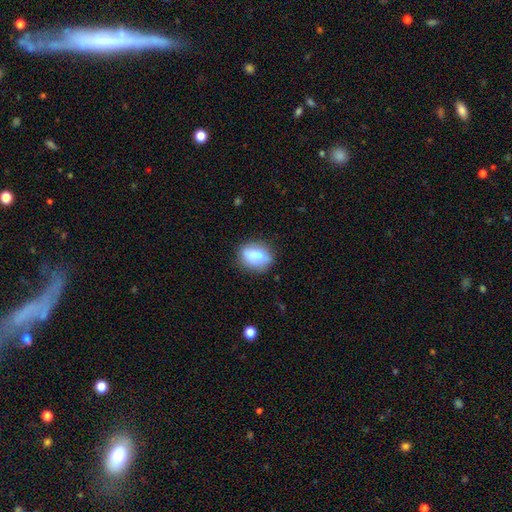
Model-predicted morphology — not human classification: Q: Smooth or featured?
A: smooth (75%); runner-up: featured or disk (16%)
Q: How rounded?
A: in between (59%); runner-up: round (39%)
Q: Merging?
A: none (70%); runner-up: minor disturbance (19%)